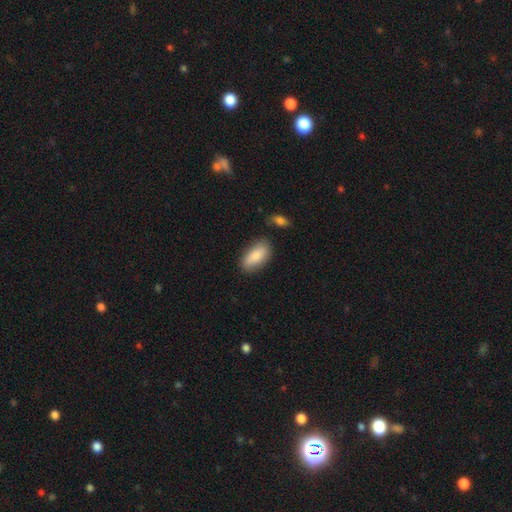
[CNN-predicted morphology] smooth 85%, featured or disk 9%, star or artifact 6%. Down the decision tree: how rounded — in between (89%); merging — none (78%).